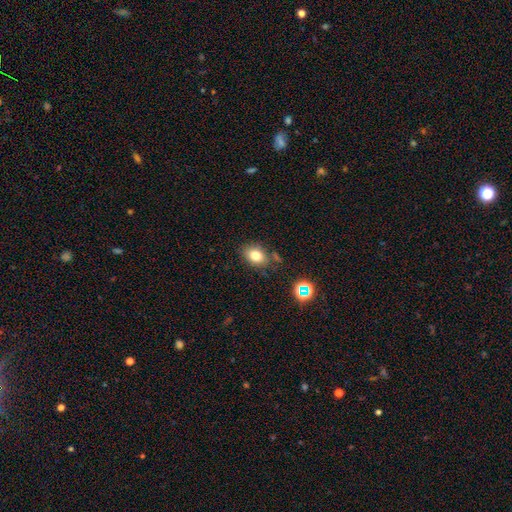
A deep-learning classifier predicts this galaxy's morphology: Q: Smooth or featured?
A: smooth (78%); runner-up: star or artifact (12%)
Q: How rounded?
A: in between (70%); runner-up: round (29%)
Q: Merging?
A: none (74%); runner-up: minor disturbance (16%)